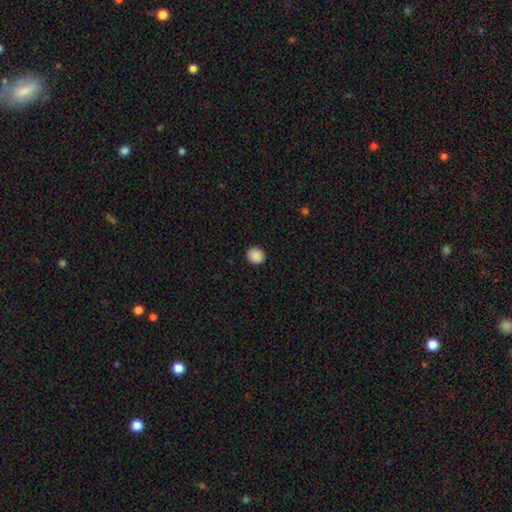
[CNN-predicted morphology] A smooth galaxy with no disk features (89%) that is round (80%). Merging: none (91%).